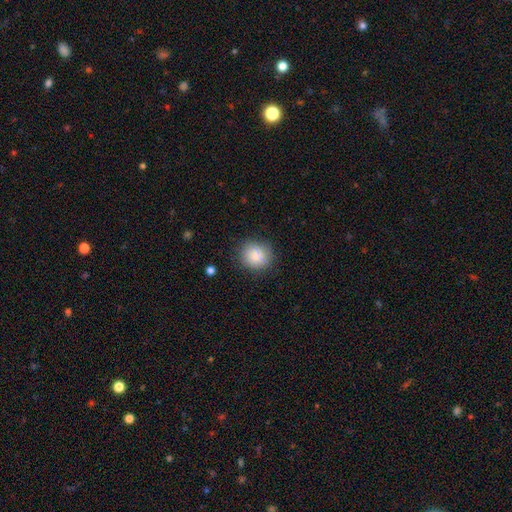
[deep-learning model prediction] Smooth or featured?
  - smooth: 86% *
  - star or artifact: 8%
  - featured or disk: 6%
How rounded?
  - round: 83% *
  - in between: 16%
  - cigar-shaped: 1%
Merging?
  - none: 83% *
  - minor disturbance: 12%
  - major disturbance: 3%
  - merger: 1%